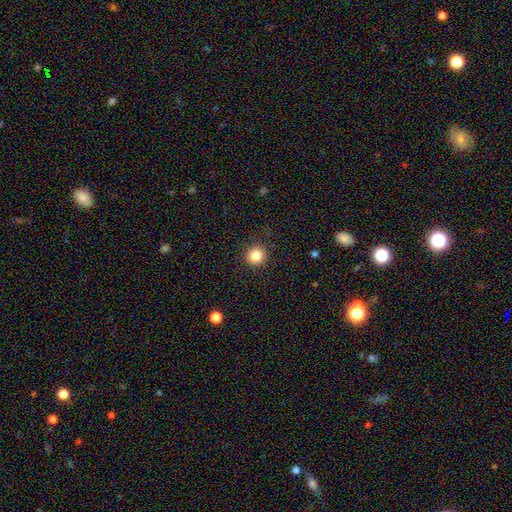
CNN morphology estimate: smooth_or_featured: smooth (p=0.84) [alt: star or artifact p=0.11]
how_rounded: round (p=0.92) [alt: in between p=0.07]
merging: none (p=0.91) [alt: minor disturbance p=0.06]